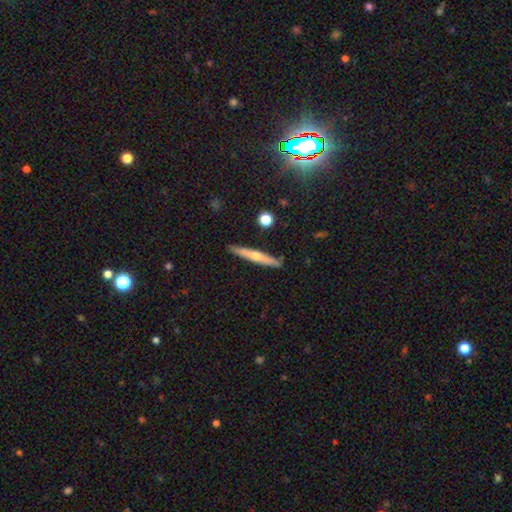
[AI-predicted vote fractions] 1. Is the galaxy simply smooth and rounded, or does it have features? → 53% featured or disk, 40% smooth, 7% star or artifact.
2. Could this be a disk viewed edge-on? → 94% yes, 6% no.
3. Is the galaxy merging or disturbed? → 89% none, 8% minor disturbance, 1% merger, 1% major disturbance.